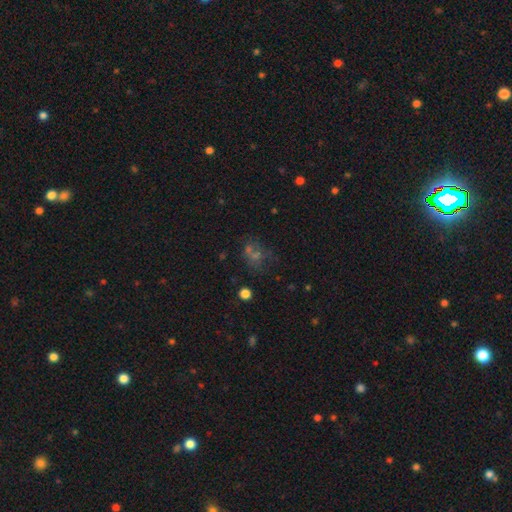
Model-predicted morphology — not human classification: smooth-or-featured: smooth: 40% | star or artifact: 38% | featured or disk: 21%
  merging: none: 50% | merger: 22% | minor disturbance: 15% | major disturbance: 13%